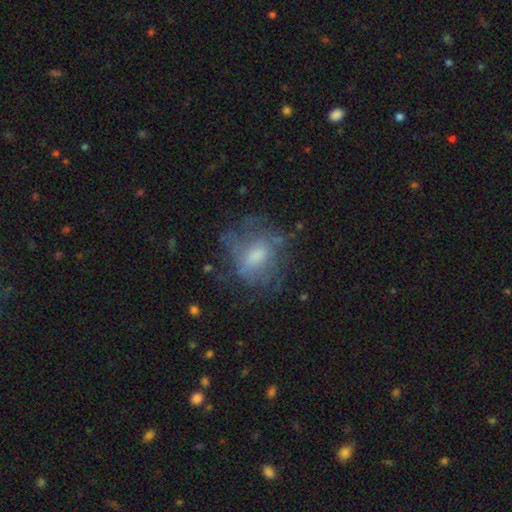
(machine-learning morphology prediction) smooth_or_featured: featured or disk (p=0.45) [alt: smooth p=0.43]
merging: none (p=0.49) [alt: major disturbance p=0.27]